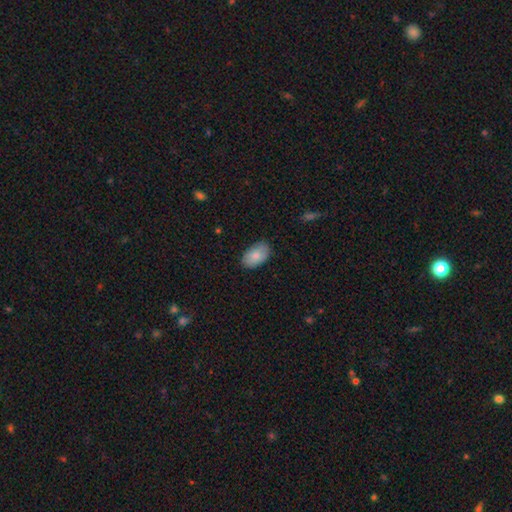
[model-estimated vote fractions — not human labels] Smooth or featured? smooth (82%)
How rounded? in between (93%)
Merging? none (84%)